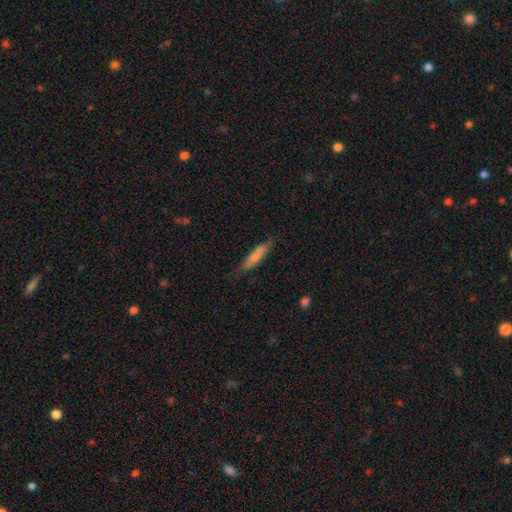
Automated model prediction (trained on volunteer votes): Morphology: type=smooth (73%); roundness=cigar-shaped (80%); merging=none (75%).